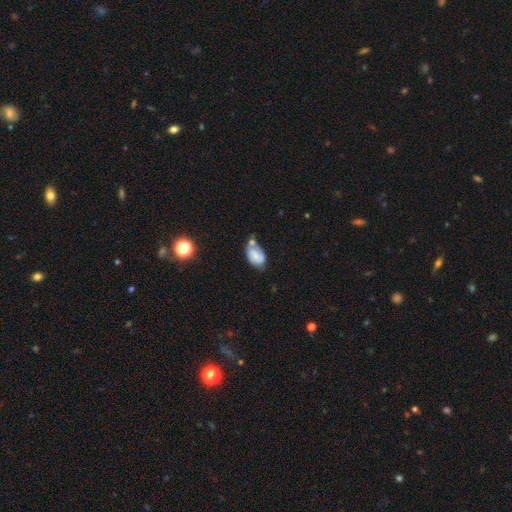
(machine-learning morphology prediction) This is likely a smooth galaxy (66%). How rounded: clearly in between (90%). Merging: marginally none (34%).